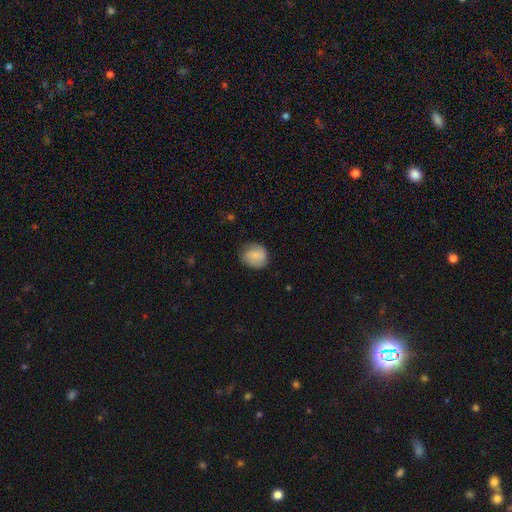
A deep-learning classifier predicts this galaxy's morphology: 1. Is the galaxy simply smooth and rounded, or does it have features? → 78% smooth, 15% featured or disk, 7% star or artifact.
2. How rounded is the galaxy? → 72% round, 27% in between, 1% cigar-shaped.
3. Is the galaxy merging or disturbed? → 76% none, 19% minor disturbance, 5% major disturbance, 1% merger.